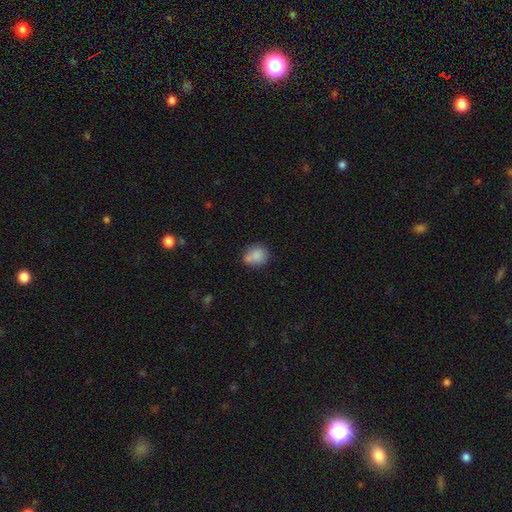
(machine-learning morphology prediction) This is clearly a smooth galaxy (83%). How rounded: likely round (64%). Merging: likely none (62%).